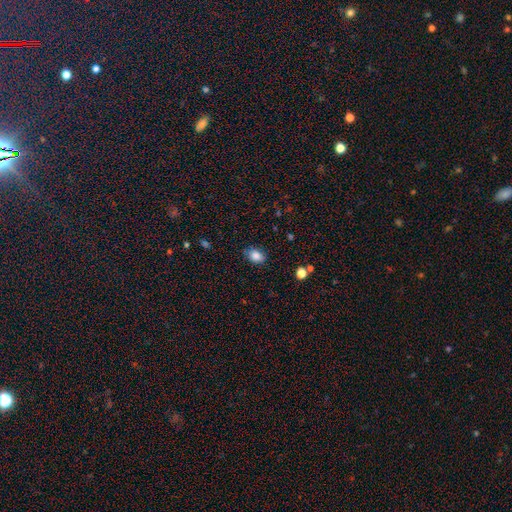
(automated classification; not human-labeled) smooth_or_featured: smooth (p=0.85) [alt: star or artifact p=0.09]
how_rounded: in between (p=0.74) [alt: round p=0.25]
merging: none (p=0.82) [alt: minor disturbance p=0.14]